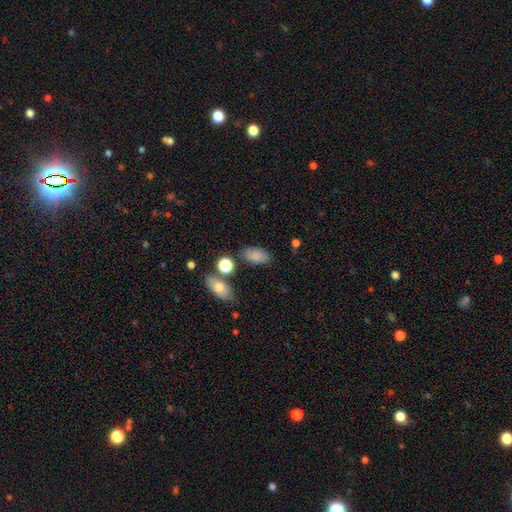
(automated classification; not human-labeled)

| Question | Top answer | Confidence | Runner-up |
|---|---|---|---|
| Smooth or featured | smooth | 83% | star or artifact (9%) |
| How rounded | in between | 92% | round (6%) |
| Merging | none | 76% | minor disturbance (14%) |